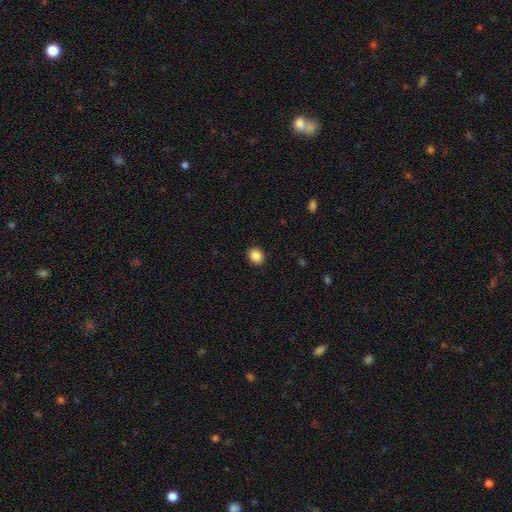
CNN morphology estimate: smooth_or_featured: smooth (p=0.87) [alt: star or artifact p=0.09]
how_rounded: round (p=0.68) [alt: in between p=0.32]
merging: none (p=0.91) [alt: minor disturbance p=0.06]